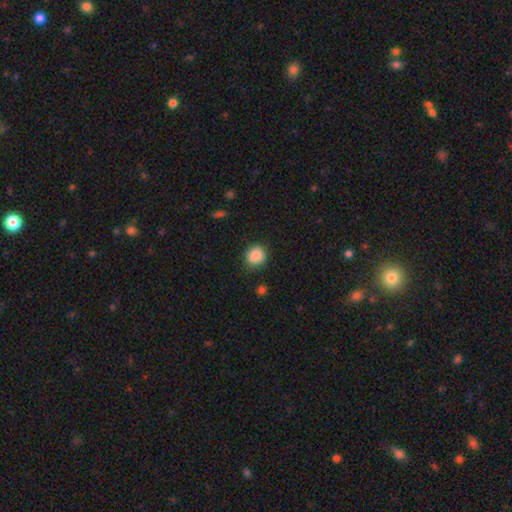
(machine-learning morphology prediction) Q: Smooth or featured?
A: smooth (87%); runner-up: star or artifact (9%)
Q: How rounded?
A: round (80%); runner-up: in between (20%)
Q: Merging?
A: none (82%); runner-up: minor disturbance (14%)